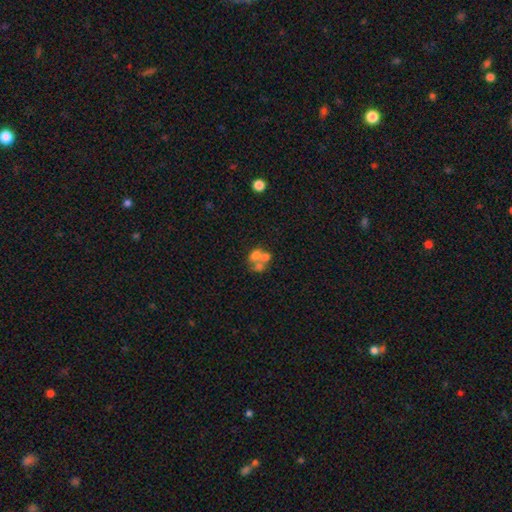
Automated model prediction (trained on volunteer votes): Q: Smooth or featured?
A: smooth (43%); runner-up: featured or disk (38%)
Q: Merging?
A: merger (59%); runner-up: none (26%)